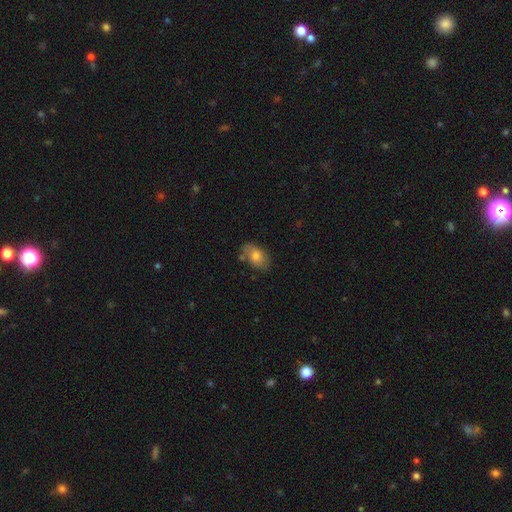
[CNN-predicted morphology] Smooth or featured?
  - smooth: 74% *
  - featured or disk: 18%
  - star or artifact: 8%
How rounded?
  - in between: 89% *
  - round: 9%
  - cigar-shaped: 2%
Merging?
  - none: 66% *
  - minor disturbance: 21%
  - merger: 8%
  - major disturbance: 5%